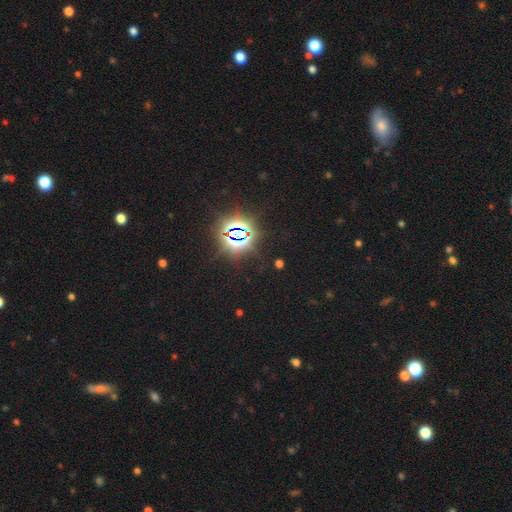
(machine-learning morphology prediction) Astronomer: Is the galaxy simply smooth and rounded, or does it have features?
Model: star or artifact — 83%.